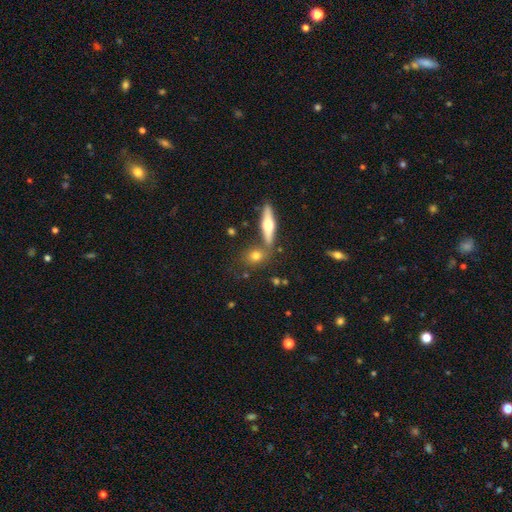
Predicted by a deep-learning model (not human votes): The model was most divided on "how rounded" (2-way tie): round: 44%, in between: 44%, cigar-shaped: 13%. More confident: smooth or featured — smooth (68%); merging — none (67%).